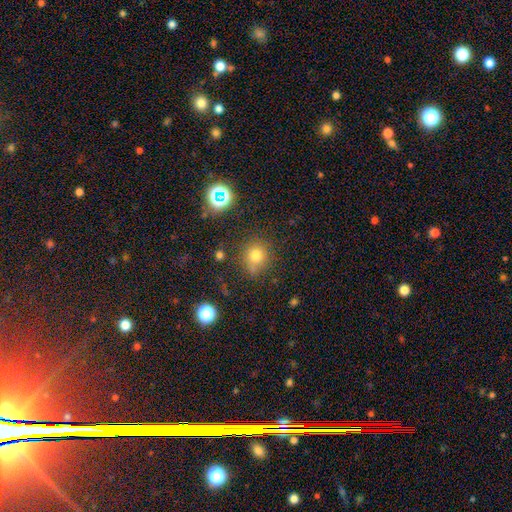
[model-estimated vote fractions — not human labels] Morphology: type=smooth (73%); roundness=round (83%); merging=none (76%).